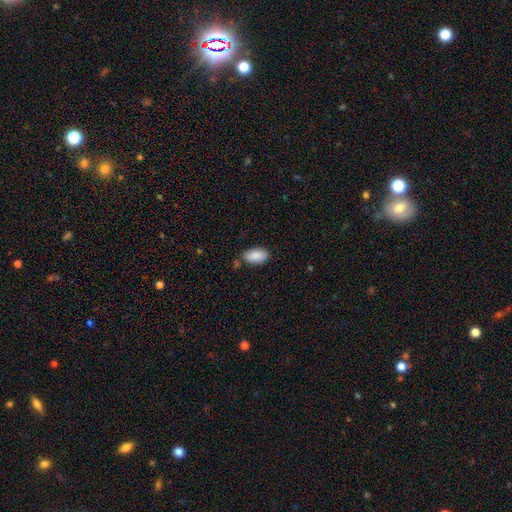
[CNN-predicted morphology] type=smooth (88%); roundness=in between (95%); merging=none (79%).